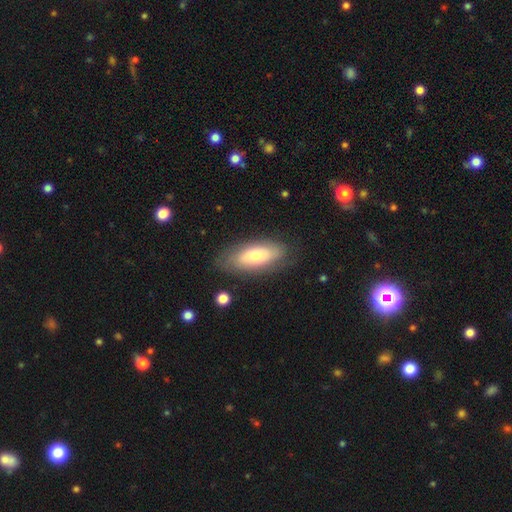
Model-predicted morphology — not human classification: Smooth or featured? smooth (59%)
How rounded? in between (82%)
Merging? none (79%)